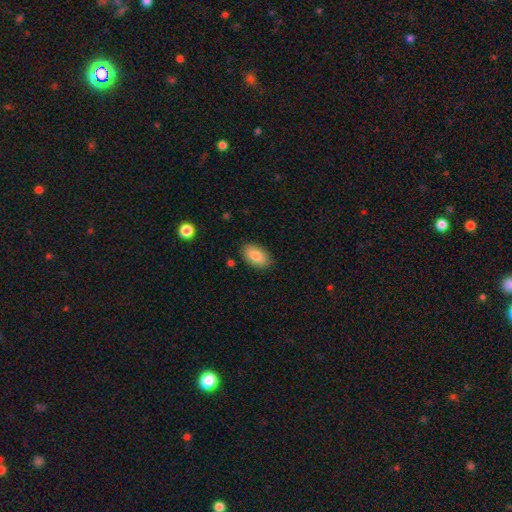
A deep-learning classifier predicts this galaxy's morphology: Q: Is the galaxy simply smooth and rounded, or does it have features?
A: smooth — 84%.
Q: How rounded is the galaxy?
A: in between — 93%.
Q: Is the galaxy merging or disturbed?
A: none — 86%.